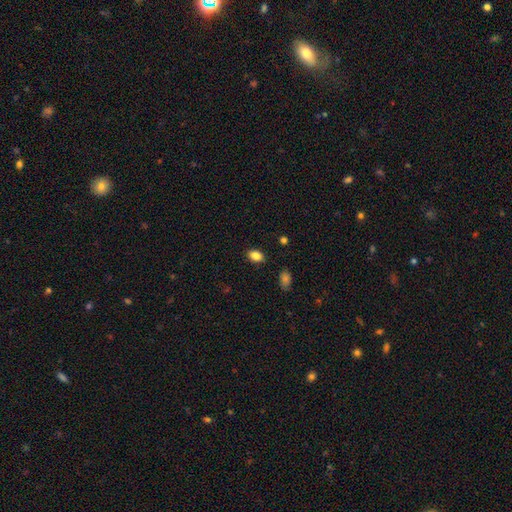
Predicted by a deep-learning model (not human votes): A smooth galaxy with no disk features (85%) that is in between round and cigar-shaped (83%).

Vote fractions:
- Smooth or featured? smooth: 85% / star or artifact: 9% / featured or disk: 6%
- How rounded? in between: 83% / round: 15% / cigar-shaped: 2%
- Merging? none: 86% / minor disturbance: 10% / major disturbance: 2% / merger: 1%